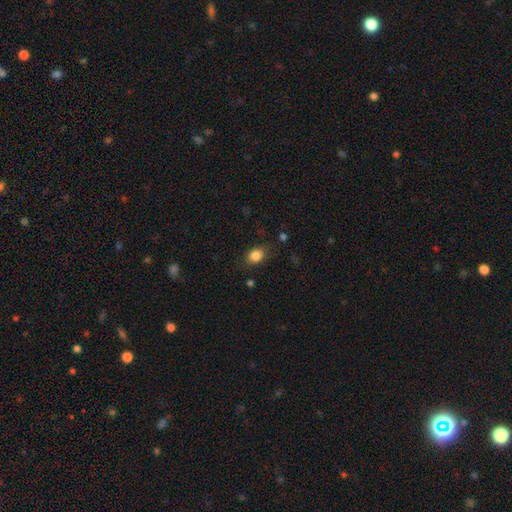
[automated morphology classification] smooth_or_featured: smooth (p=0.84) [alt: star or artifact p=0.09]
how_rounded: in between (p=0.68) [alt: round p=0.31]
merging: none (p=0.80) [alt: minor disturbance p=0.15]